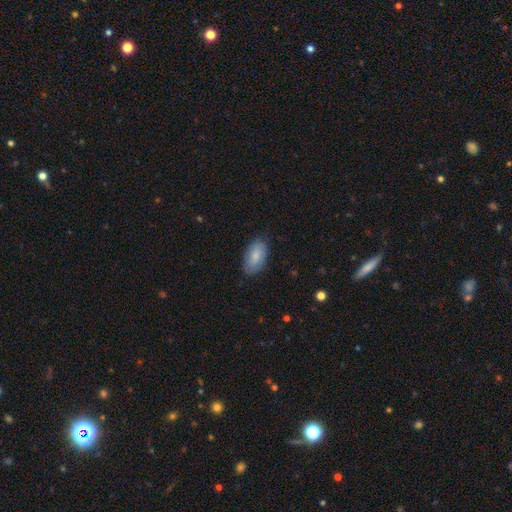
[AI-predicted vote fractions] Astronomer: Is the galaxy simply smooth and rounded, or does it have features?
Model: smooth — 81%.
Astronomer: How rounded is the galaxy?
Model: in between — 94%.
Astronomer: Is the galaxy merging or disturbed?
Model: none — 81%.